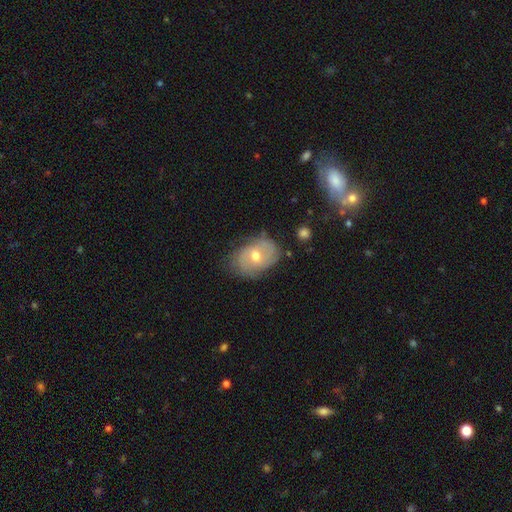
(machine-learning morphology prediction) Smooth or featured?
  - featured or disk: 54% *
  - smooth: 38%
  - star or artifact: 8%
Edge-on disk?
  - no: 94% *
  - yes: 6%
Bar?
  - no: 63% *
  - weak: 31%
  - strong: 6%
Spiral arms?
  - yes: 68% *
  - no: 32%
Bulge size?
  - moderate: 74% *
  - small: 21%
  - large: 4%
  - none: 1%
  - dominant: 1%
Merging?
  - none: 65% *
  - minor disturbance: 26%
  - major disturbance: 7%
  - merger: 2%